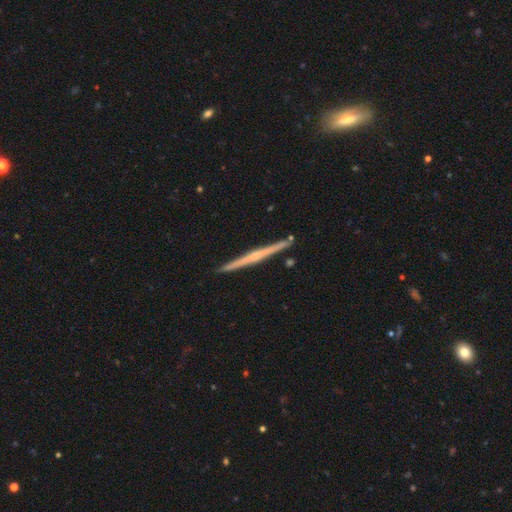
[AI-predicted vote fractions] smooth-or-featured: featured or disk: 72% | smooth: 23% | star or artifact: 6%
  disk-edge-on: yes: 98% | no: 2%
    edge-on-bulge: none: 48% | rounded: 42% | boxy: 10%
  merging: none: 91% | minor disturbance: 6% | merger: 2% | major disturbance: 1%